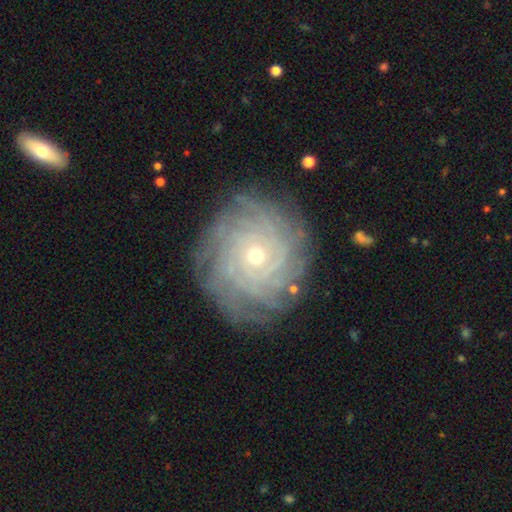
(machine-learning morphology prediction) Smooth or featured: featured or disk — 86% (smooth — 7%)
Edge-on disk: no — 97% (yes — 3%)
Bar: no — 80% (weak — 15%)
Spiral arms: yes — 97% (no — 3%)
Spiral winding: tight — 86% (medium — 11%)
Spiral arm count: more than 4 — 34% (can't tell — 27%)
Bulge size: small — 64% (moderate — 33%)
Merging: none — 84% (minor disturbance — 11%)